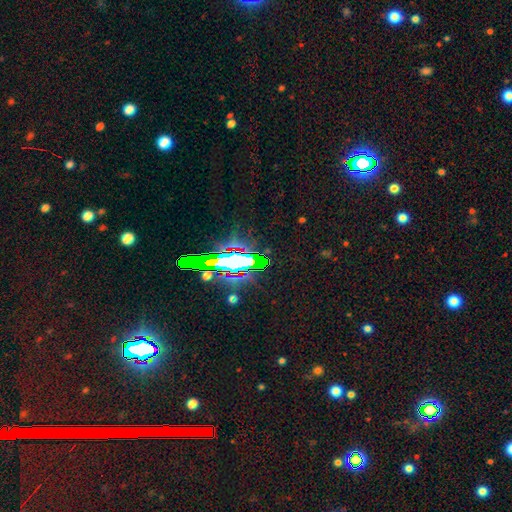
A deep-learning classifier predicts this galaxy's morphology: Smooth or featured?
  - star or artifact: 70% *
  - featured or disk: 16%
  - smooth: 14%